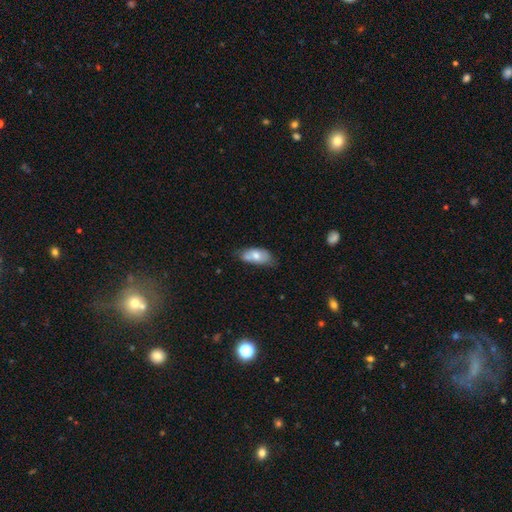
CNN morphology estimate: Smooth or featured? smooth (65%)
How rounded? in between (89%)
Merging? none (50%)